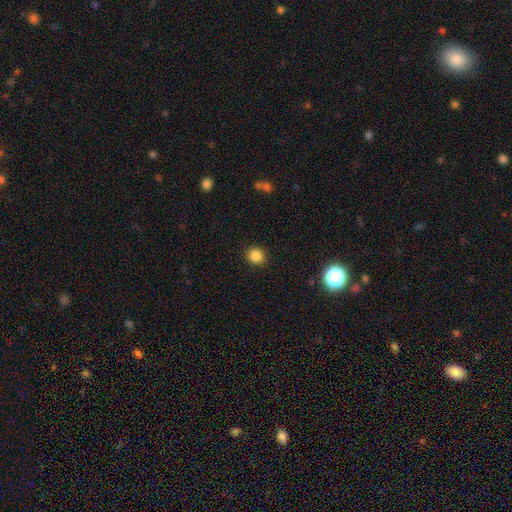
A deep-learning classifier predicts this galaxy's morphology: Smooth or featured? smooth (85%)
How rounded? round (89%)
Merging? none (92%)